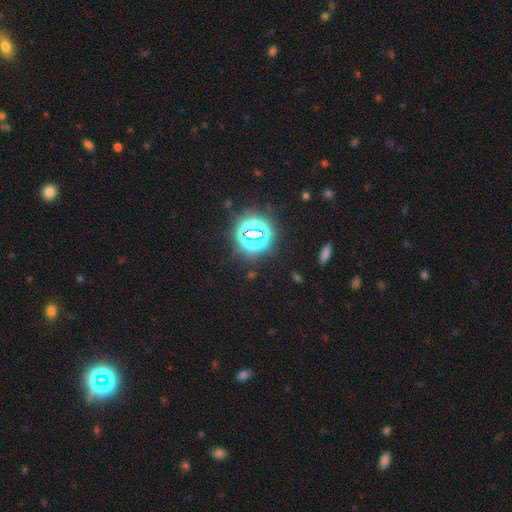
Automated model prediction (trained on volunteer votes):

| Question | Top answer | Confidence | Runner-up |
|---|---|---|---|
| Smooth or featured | star or artifact | 76% | smooth (18%) |